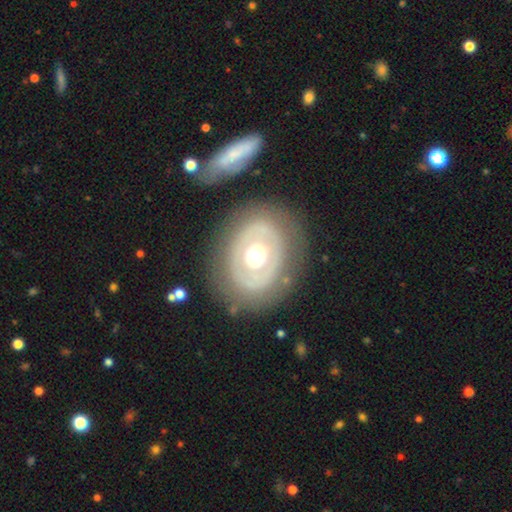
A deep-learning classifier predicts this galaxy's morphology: Smooth or featured?
  - featured or disk: 58% *
  - smooth: 36%
  - star or artifact: 6%
Edge-on disk?
  - no: 94% *
  - yes: 6%
Bar?
  - no: 91% *
  - weak: 6%
  - strong: 3%
Spiral arms?
  - no: 90% *
  - yes: 10%
Bulge size?
  - moderate: 50% *
  - large: 41%
  - dominant: 6%
  - small: 2%
  - none: 1%
Merging?
  - none: 79% *
  - minor disturbance: 12%
  - major disturbance: 6%
  - merger: 3%